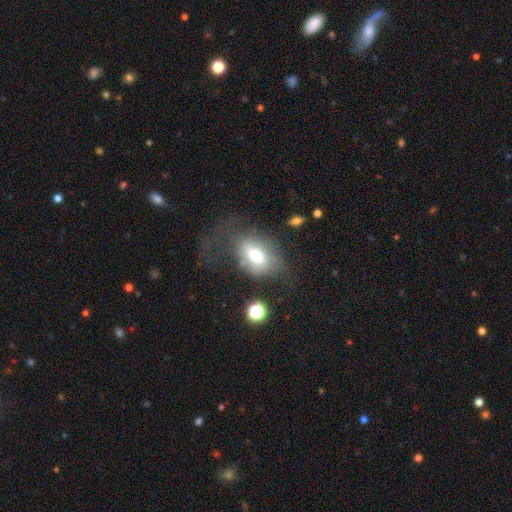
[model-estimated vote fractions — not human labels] This is likely a smooth galaxy (64%). How rounded: likely in between (73%). Merging: marginally major disturbance (39%).